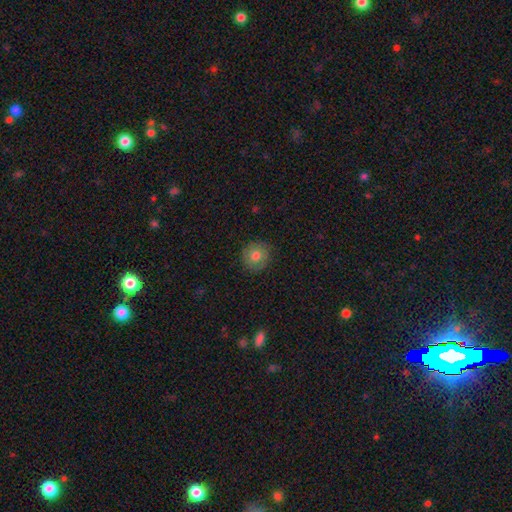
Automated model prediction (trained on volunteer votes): Smooth or featured? smooth (76%)
How rounded? round (92%)
Merging? none (87%)